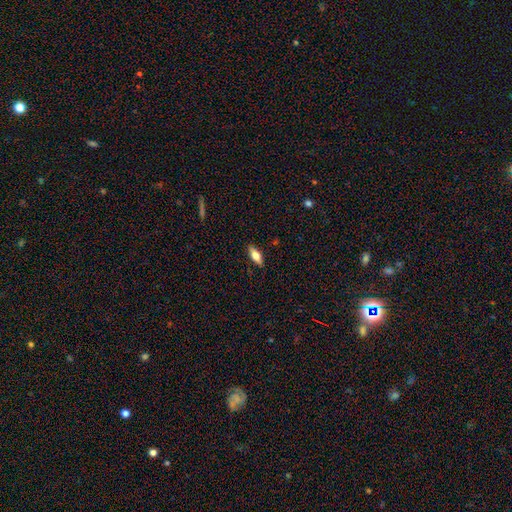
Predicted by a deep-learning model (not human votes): A smooth galaxy with no disk features (66%) that is in between round and cigar-shaped (70%).

Vote fractions:
- Smooth or featured? smooth: 66% / featured or disk: 27% / star or artifact: 7%
- How rounded? in between: 70% / cigar-shaped: 27% / round: 3%
- Merging? none: 88% / minor disturbance: 9% / major disturbance: 2% / merger: 1%